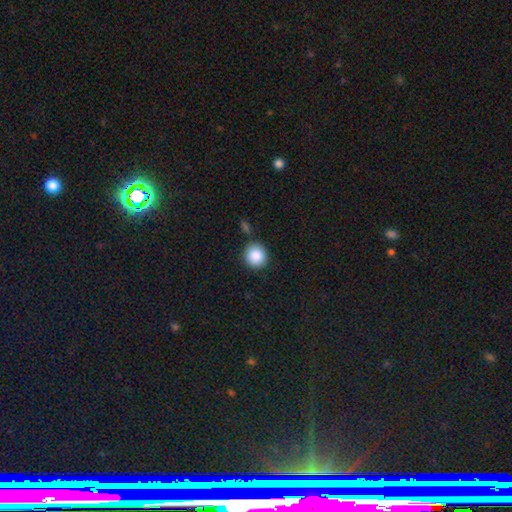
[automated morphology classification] The model was most divided on "merging": none: 82%, minor disturbance: 10%, merger: 5%, major disturbance: 3%. More confident: how rounded — round (91%); smooth or featured — smooth (88%).